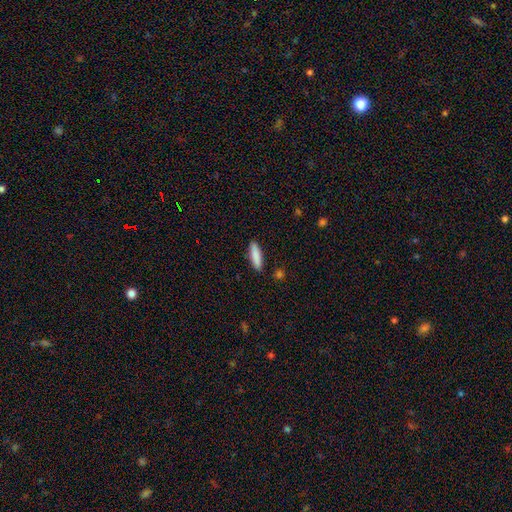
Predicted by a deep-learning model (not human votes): A smooth galaxy with no disk features (86%) that is cigar-shaped (68%). Merging: none (88%).